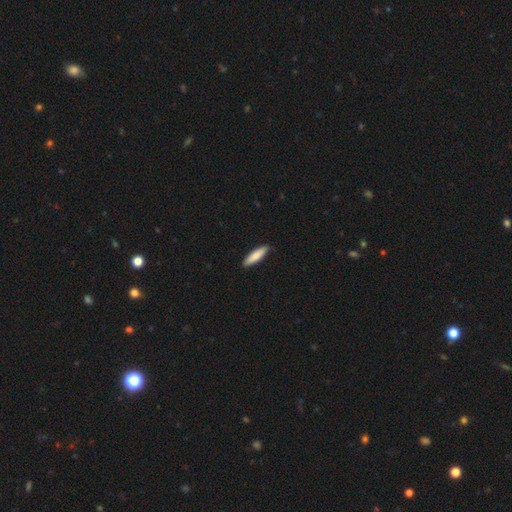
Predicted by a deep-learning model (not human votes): Overall: smooth (83%). How rounded: cigar-shaped (74%). Merging: none (90%).